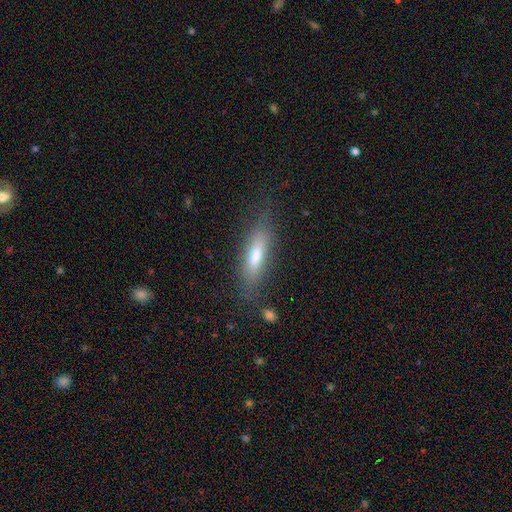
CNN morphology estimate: This appears to be a smooth galaxy with no disk features (58%) that is cigar-shaped (68%). Merging: none (80%).